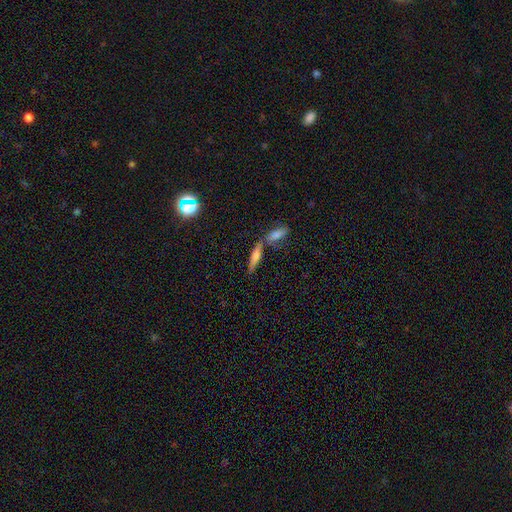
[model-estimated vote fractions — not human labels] This is possibly a smooth galaxy (57%). How rounded: likely cigar-shaped (73%). Merging: possibly none (58%).